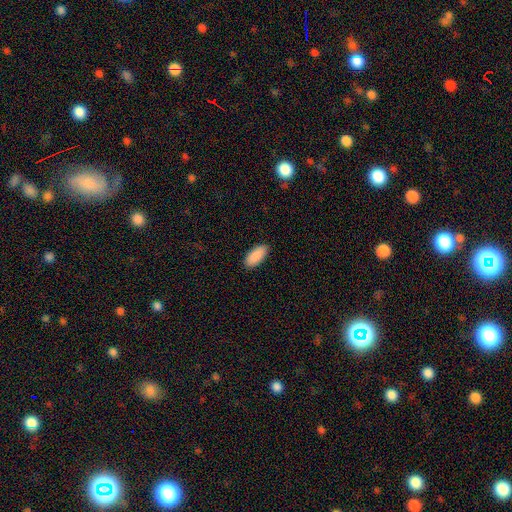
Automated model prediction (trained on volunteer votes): A smooth galaxy with no disk features (91%) that is in between round and cigar-shaped (90%). Merging: none (89%).